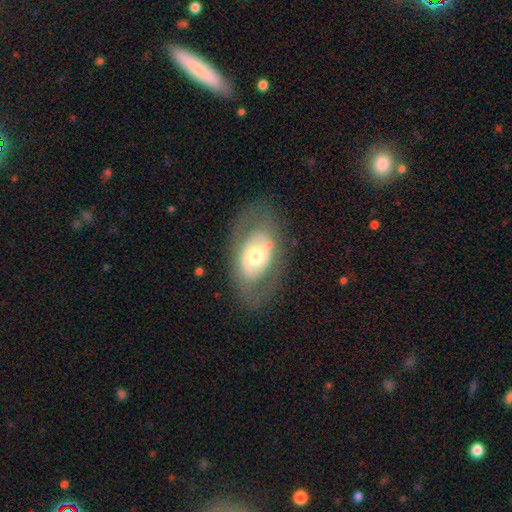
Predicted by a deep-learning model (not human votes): smooth-or-featured: featured or disk: 54% | smooth: 39% | star or artifact: 7%
  disk-edge-on: no: 90% | yes: 10%
  merging: none: 73% | minor disturbance: 15% | major disturbance: 11% | merger: 2%